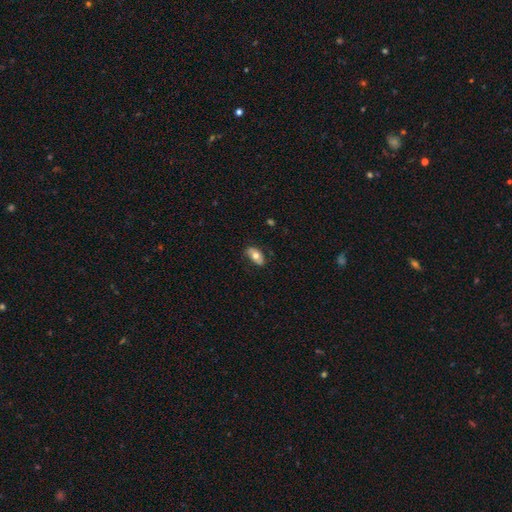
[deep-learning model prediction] Q: Smooth or featured?
A: smooth (64%); runner-up: featured or disk (29%)
Q: How rounded?
A: in between (91%); runner-up: round (6%)
Q: Merging?
A: none (74%); runner-up: minor disturbance (20%)